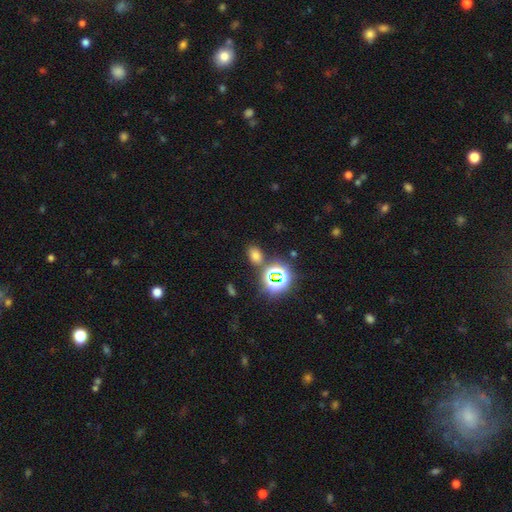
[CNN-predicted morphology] A smooth galaxy with no disk features (64%) that is in between round and cigar-shaped (73%).

Vote fractions:
- Smooth or featured? smooth: 64% / star or artifact: 29% / featured or disk: 7%
- How rounded? in between: 73% / round: 26% / cigar-shaped: 2%
- Merging? none: 77% / minor disturbance: 11% / merger: 8% / major disturbance: 4%